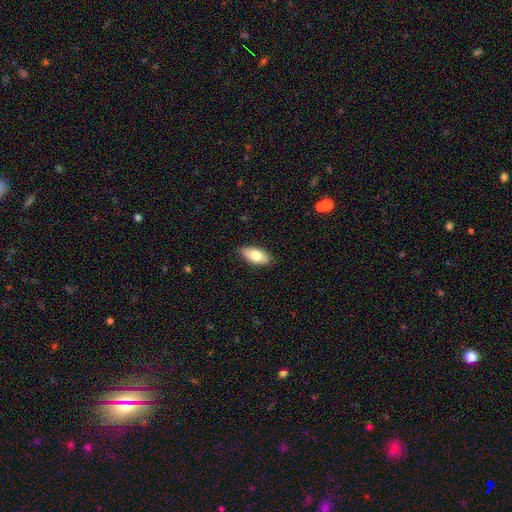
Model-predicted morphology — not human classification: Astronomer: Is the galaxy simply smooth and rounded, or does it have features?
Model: smooth — 75%.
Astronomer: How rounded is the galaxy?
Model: in between — 87%.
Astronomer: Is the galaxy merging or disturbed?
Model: none — 86%.